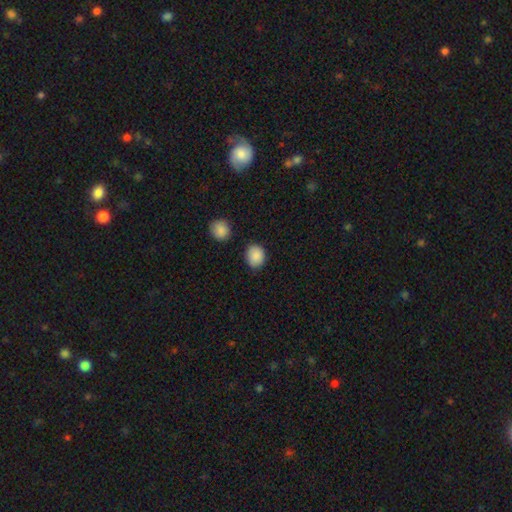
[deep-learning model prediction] A smooth galaxy with no disk features (89%) that is round (61%). Merging: none (80%).